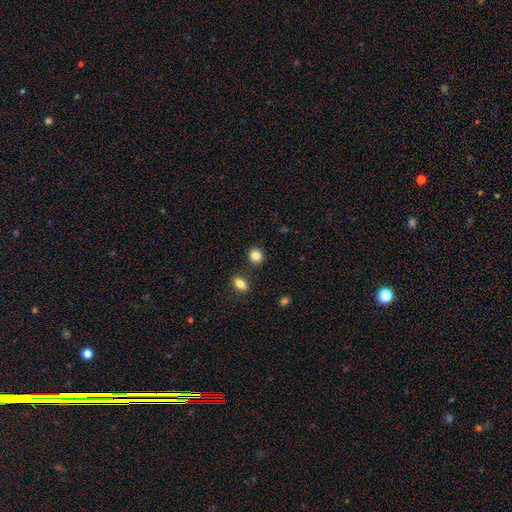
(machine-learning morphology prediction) type=smooth (85%); roundness=round (79%); merging=none (86%).